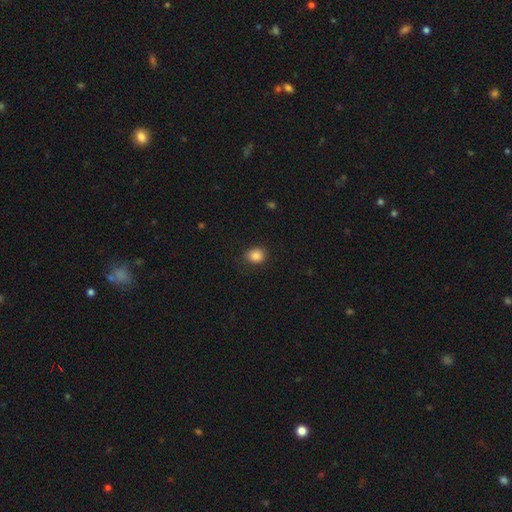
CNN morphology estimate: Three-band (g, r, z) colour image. It shows a smooth galaxy with no disk features (85%) that is round (63%). Merging: none (83%).